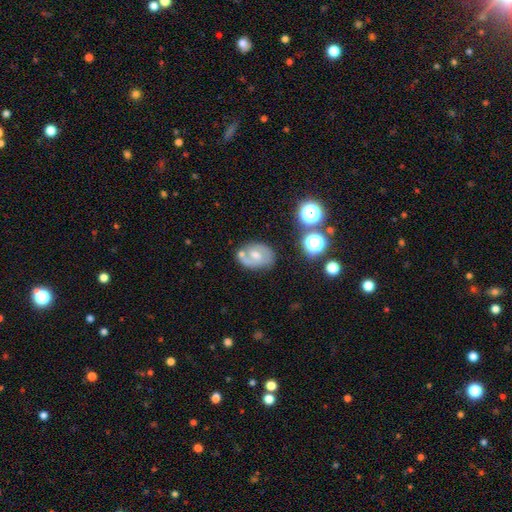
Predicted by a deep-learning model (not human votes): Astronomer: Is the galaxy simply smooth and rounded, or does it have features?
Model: featured or disk — 67%.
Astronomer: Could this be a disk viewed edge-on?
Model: no — 97%.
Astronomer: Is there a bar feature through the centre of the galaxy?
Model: weak — 46% (runner-up: no, 44%).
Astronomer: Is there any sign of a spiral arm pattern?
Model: yes — 83%.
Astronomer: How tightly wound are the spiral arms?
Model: medium — 47% (runner-up: tight, 36%).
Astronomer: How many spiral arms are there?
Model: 2 — 69%.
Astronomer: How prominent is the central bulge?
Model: moderate — 54% (runner-up: small, 37%).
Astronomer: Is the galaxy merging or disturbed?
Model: none — 60%.